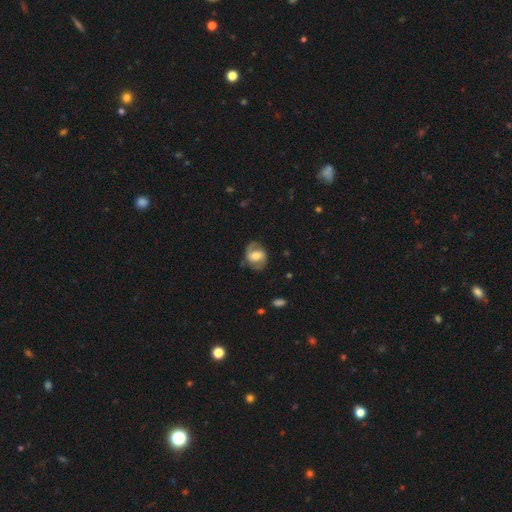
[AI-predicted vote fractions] Smooth or featured? featured or disk (66%)
Edge-on disk? no (97%)
Bar? weak (44%)
Spiral arms? yes (87%)
Spiral winding? medium (49%)
Spiral arm count? 2 (87%)
Bulge size? moderate (55%)
Merging? none (74%)